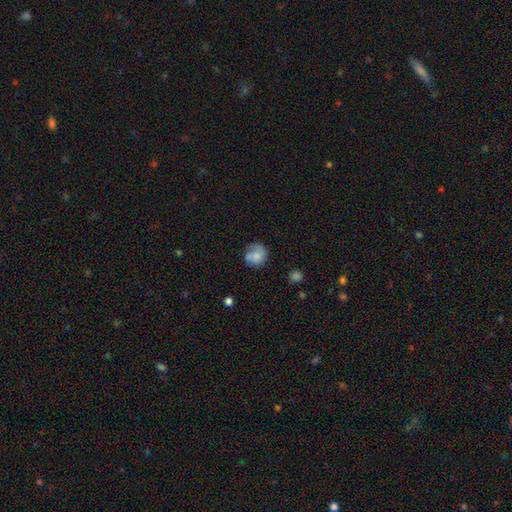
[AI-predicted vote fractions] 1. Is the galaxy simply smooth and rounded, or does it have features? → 70% smooth, 22% featured or disk, 8% star or artifact.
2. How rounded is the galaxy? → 81% round, 18% in between, 1% cigar-shaped.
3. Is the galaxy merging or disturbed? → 55% none, 24% minor disturbance, 12% merger, 10% major disturbance.